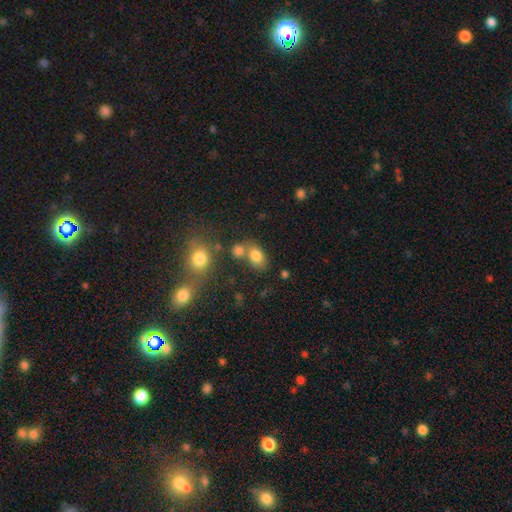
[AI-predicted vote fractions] Q: Smooth or featured?
A: smooth (79%); runner-up: star or artifact (11%)
Q: How rounded?
A: in between (71%); runner-up: round (27%)
Q: Merging?
A: none (50%); runner-up: merger (32%)